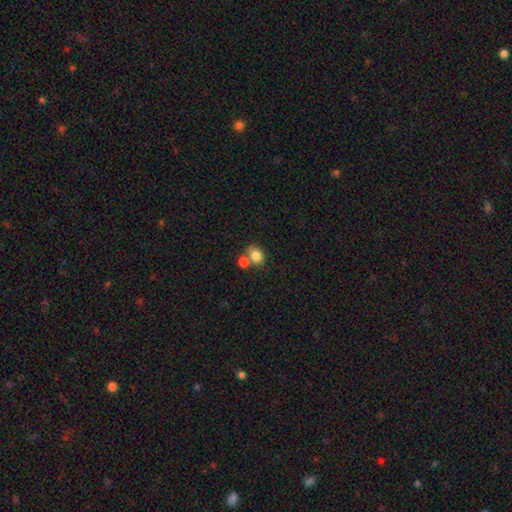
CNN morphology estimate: smooth_or_featured: smooth (p=0.82) [alt: star or artifact p=0.09]
how_rounded: in between (p=0.62) [alt: round p=0.37]
merging: none (p=0.48) [alt: merger p=0.37]